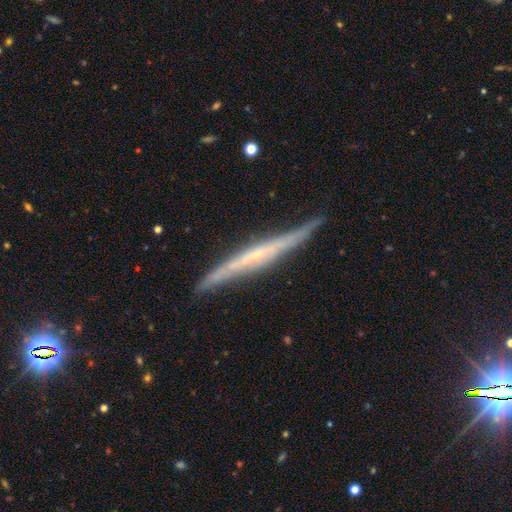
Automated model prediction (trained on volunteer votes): featured or disk 75%, smooth 18%, star or artifact 6%. Down the decision tree: edge-on disk — yes (95%); edge-on bulge — none (54%); merging — none (81%).